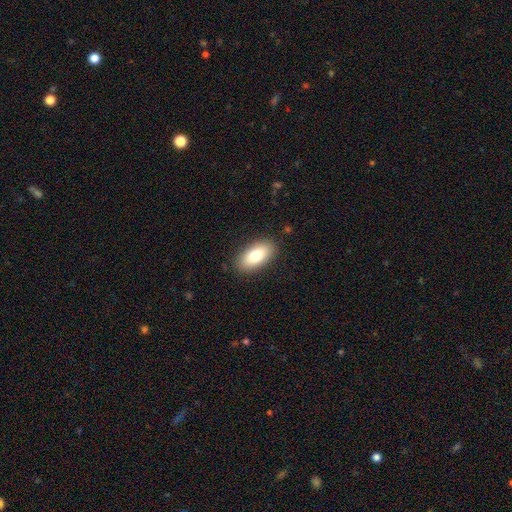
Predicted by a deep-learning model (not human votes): Smooth or featured? smooth (81%)
How rounded? in between (92%)
Merging? none (87%)